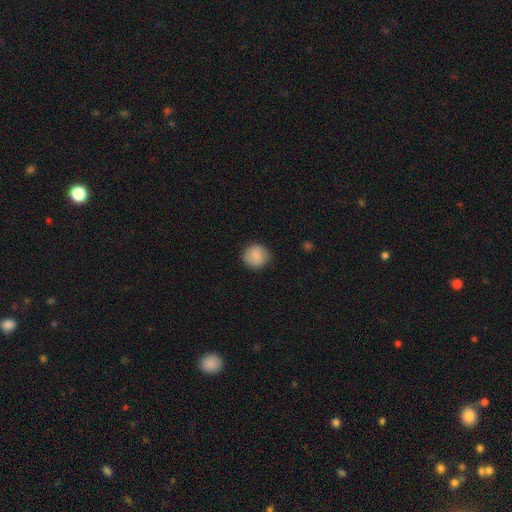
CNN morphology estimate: A smooth galaxy with no disk features (86%) that is round (92%). Merging: none (89%).